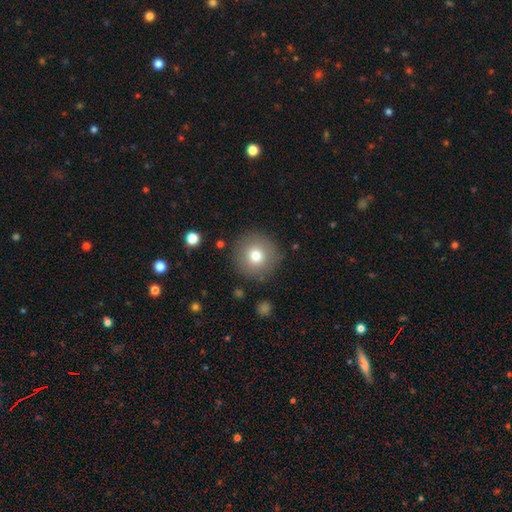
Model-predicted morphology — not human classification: Smooth or featured? Predicted: smooth (p=0.75). How rounded? Predicted: round (p=0.96). Merging? Predicted: none (p=0.87).